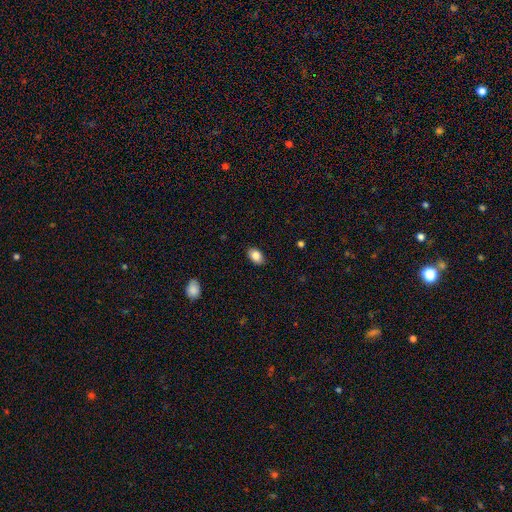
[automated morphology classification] Smooth or featured? Predicted: smooth (p=0.84). How rounded? Predicted: in between (p=0.87). Merging? Predicted: none (p=0.87).